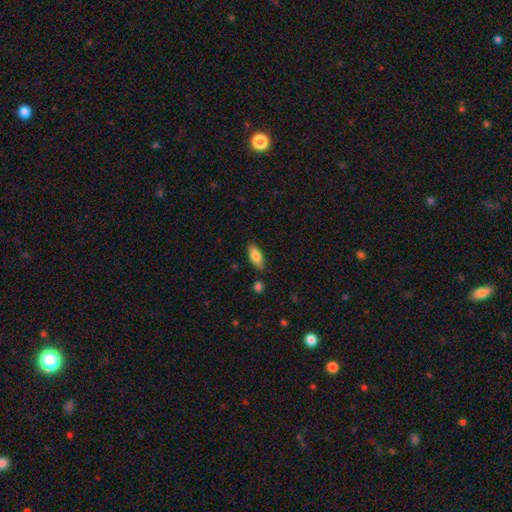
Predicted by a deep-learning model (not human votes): This is likely a smooth galaxy (78%). How rounded: clearly in between (81%). Merging: clearly none (84%).